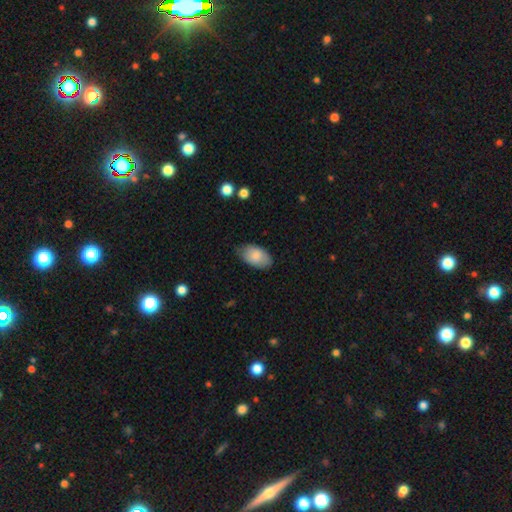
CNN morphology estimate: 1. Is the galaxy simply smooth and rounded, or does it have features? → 81% smooth, 13% featured or disk, 6% star or artifact.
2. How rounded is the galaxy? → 93% in between, 5% round, 1% cigar-shaped.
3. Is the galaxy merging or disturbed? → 73% none, 22% minor disturbance, 3% major disturbance, 1% merger.